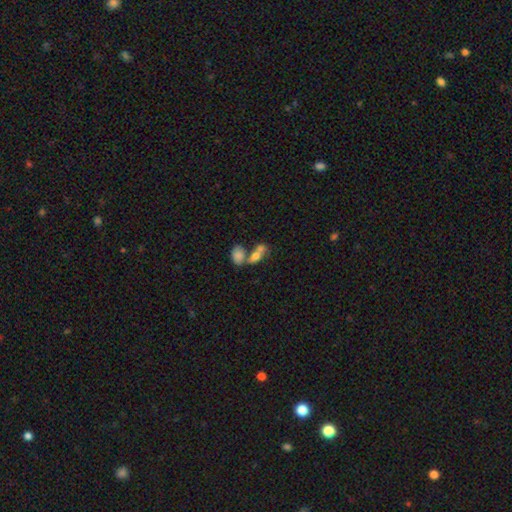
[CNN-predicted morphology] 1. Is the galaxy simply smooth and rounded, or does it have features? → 70% smooth, 20% featured or disk, 10% star or artifact.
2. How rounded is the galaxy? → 79% in between, 15% round, 6% cigar-shaped.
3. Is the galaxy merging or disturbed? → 58% merger, 26% none, 10% minor disturbance, 7% major disturbance.